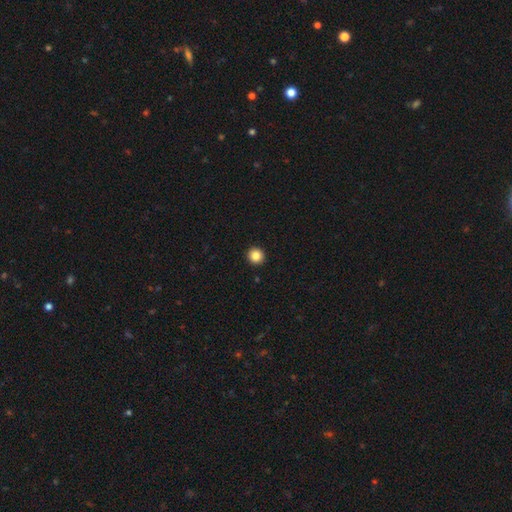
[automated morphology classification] Smooth or featured? Predicted: smooth (p=0.85). How rounded? Predicted: round (p=0.95). Merging? Predicted: none (p=0.94).